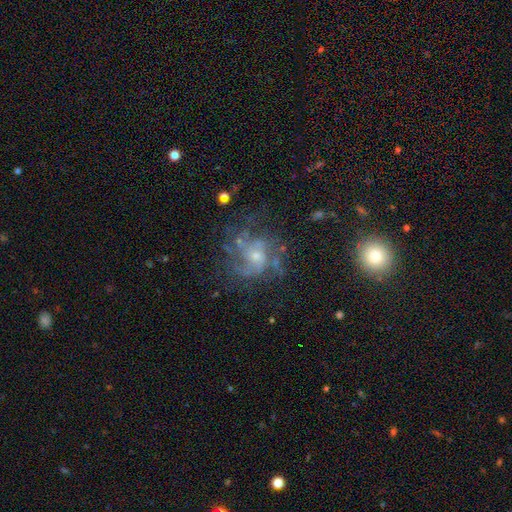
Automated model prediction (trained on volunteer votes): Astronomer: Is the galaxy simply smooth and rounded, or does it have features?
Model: featured or disk — 71%.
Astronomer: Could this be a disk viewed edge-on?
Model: no — 98%.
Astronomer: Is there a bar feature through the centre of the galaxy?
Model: no — 75%.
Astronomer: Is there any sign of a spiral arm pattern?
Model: yes — 73%.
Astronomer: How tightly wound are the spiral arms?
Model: medium — 44% (runner-up: tight, 28%).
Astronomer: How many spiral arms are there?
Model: can't tell — 40% (runner-up: 3, 21%).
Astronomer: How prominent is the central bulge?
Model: small — 51% (runner-up: moderate, 38%).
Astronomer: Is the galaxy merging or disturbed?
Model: none — 53%.